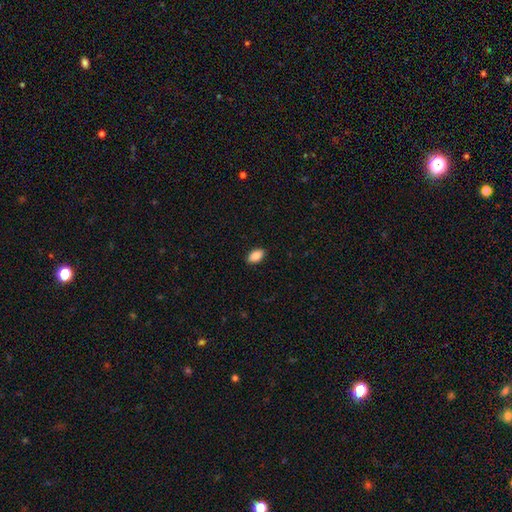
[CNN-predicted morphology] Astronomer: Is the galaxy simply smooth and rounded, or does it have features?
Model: smooth — 87%.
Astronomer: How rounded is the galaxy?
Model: in between — 92%.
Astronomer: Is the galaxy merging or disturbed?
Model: none — 89%.